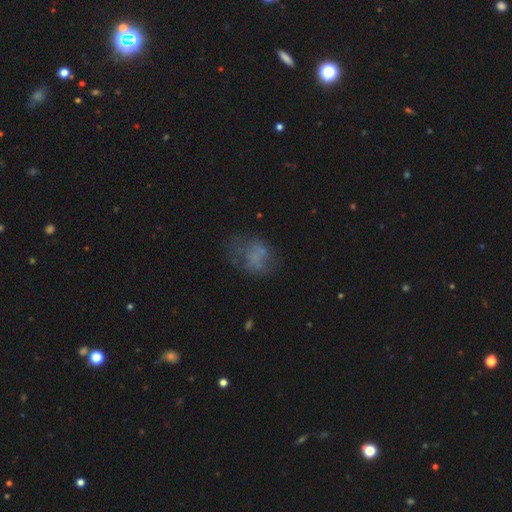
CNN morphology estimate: smooth 46%, featured or disk 38%, star or artifact 16%. Down the decision tree: merging — none (47%).